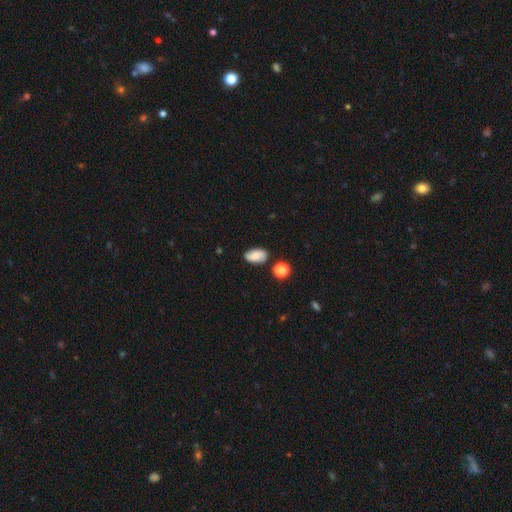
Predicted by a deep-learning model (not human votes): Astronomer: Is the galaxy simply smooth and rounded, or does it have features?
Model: smooth — 76%.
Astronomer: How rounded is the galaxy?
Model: in between — 90%.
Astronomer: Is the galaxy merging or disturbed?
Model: none — 74%.